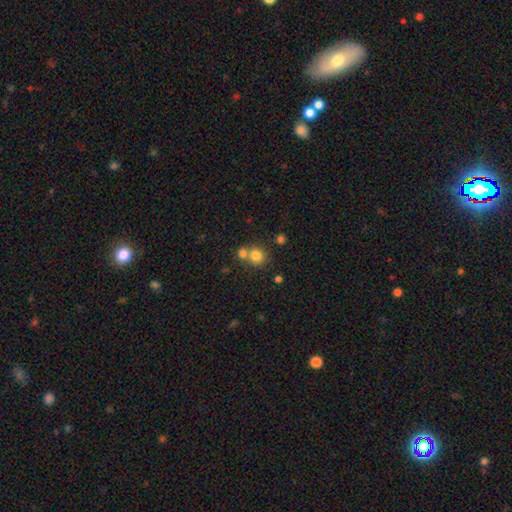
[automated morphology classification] Overall: smooth (79%). How rounded: round (87%). Merging: none (52%; merger 39%).